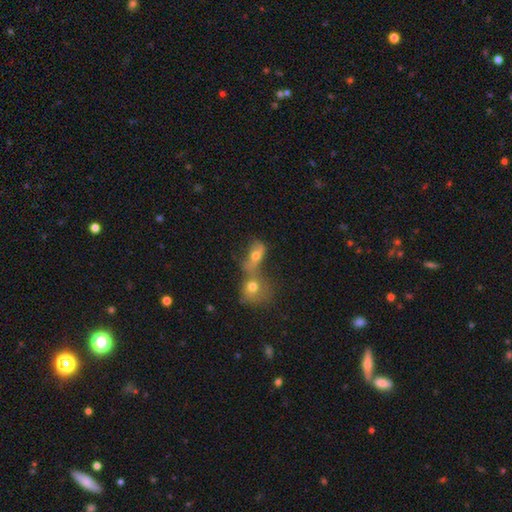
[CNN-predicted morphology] The model was most divided on "how rounded": in between: 63%, round: 31%, cigar-shaped: 6%. More confident: merging — merger (67%); smooth or featured — smooth (65%).